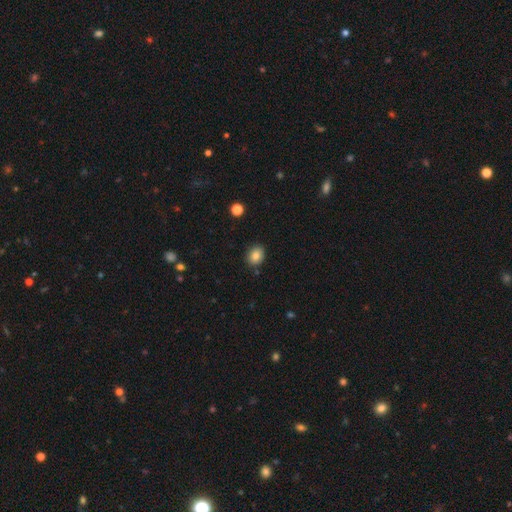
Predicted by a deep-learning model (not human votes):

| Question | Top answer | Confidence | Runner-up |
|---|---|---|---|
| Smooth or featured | smooth | 82% | star or artifact (10%) |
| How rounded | in between | 52% | round (47%) |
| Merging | none | 85% | minor disturbance (10%) |